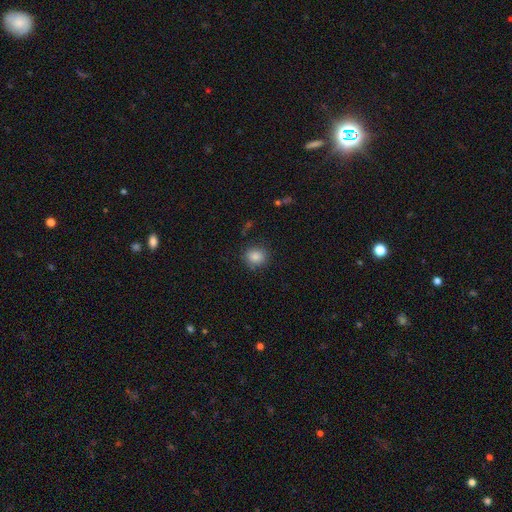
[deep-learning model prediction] Morphology: type=smooth (85%); roundness=round (78%); merging=none (84%).